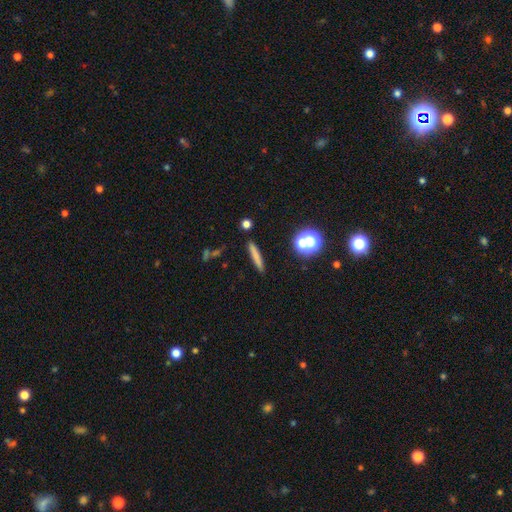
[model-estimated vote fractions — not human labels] smooth-or-featured: smooth: 71% | featured or disk: 18% | star or artifact: 11%
  how-rounded: cigar-shaped: 90% | in between: 6% | round: 4%
  merging: none: 89% | minor disturbance: 7% | merger: 2% | major disturbance: 2%